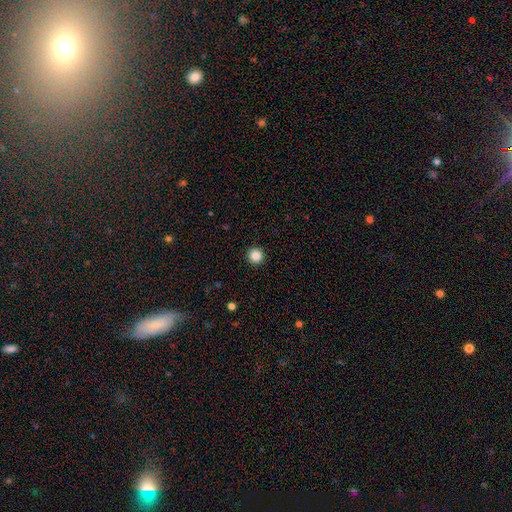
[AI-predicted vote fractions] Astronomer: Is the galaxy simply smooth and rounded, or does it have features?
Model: smooth — 86%.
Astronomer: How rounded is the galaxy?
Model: round — 96%.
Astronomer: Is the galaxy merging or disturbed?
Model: none — 93%.